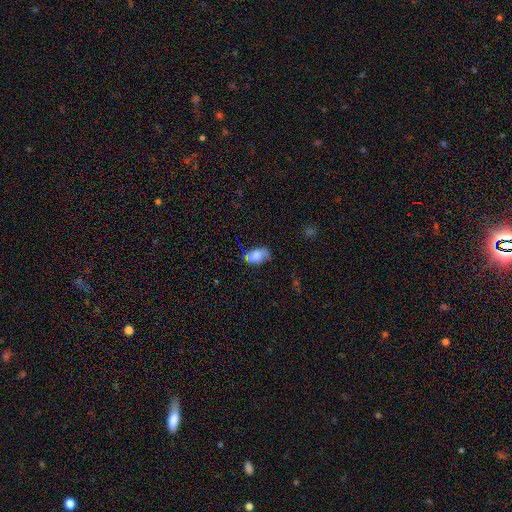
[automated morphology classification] smooth_or_featured: smooth (p=0.67) [alt: featured or disk p=0.18]
how_rounded: in between (p=0.88) [alt: round p=0.10]
merging: none (p=0.56) [alt: minor disturbance p=0.25]